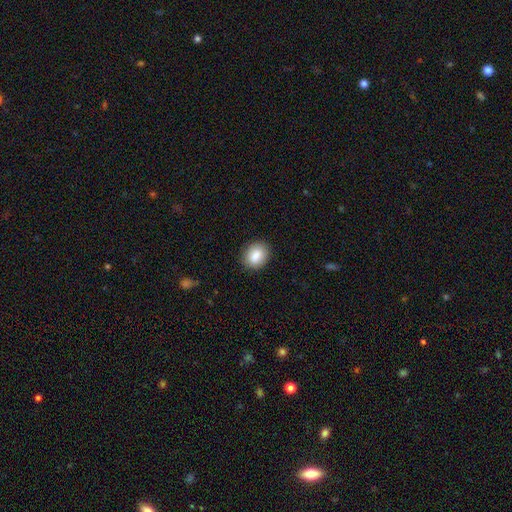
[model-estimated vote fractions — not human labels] A smooth galaxy with no disk features (87%) that is in between round and cigar-shaped (55%).

Vote fractions:
- Smooth or featured? smooth: 87% / star or artifact: 8% / featured or disk: 5%
- How rounded? in between: 55% / round: 44% / cigar-shaped: 1%
- Merging? none: 88% / minor disturbance: 9% / major disturbance: 2% / merger: 1%